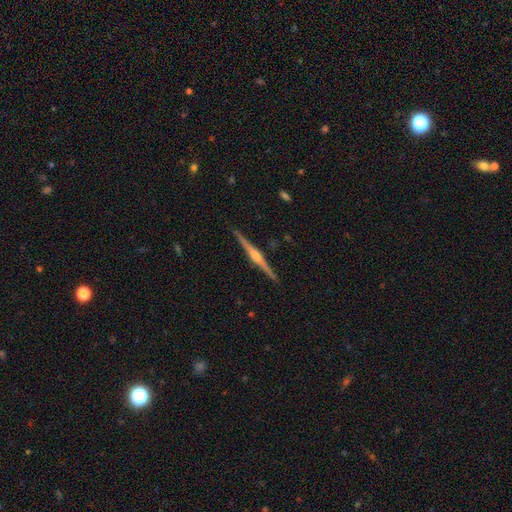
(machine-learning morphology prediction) A featured or disk galaxy (85%) viewed edge-on (99%) with a rounded central bulge (78%).

Vote fractions:
- Smooth or featured? featured or disk: 85% / smooth: 10% / star or artifact: 5%
- Edge-on disk? yes: 99% / no: 1%
- Edge-on bulge? rounded: 78% / boxy: 16% / none: 6%
- Merging? none: 92% / minor disturbance: 6% / major disturbance: 1% / merger: 1%